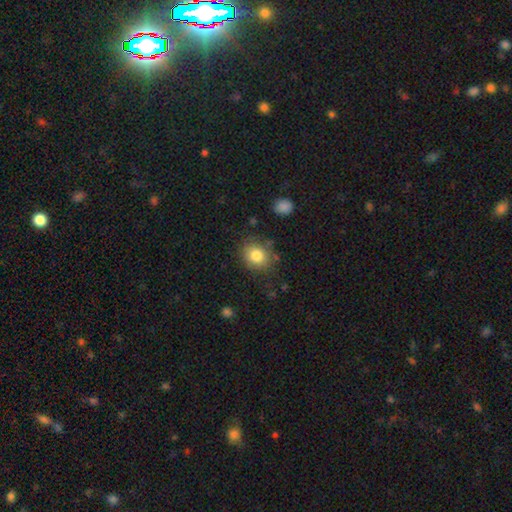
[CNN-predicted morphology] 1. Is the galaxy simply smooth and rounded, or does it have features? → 82% smooth, 10% star or artifact, 8% featured or disk.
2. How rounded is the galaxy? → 67% round, 32% in between, 1% cigar-shaped.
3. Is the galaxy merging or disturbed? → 78% none, 14% minor disturbance, 4% major disturbance, 3% merger.